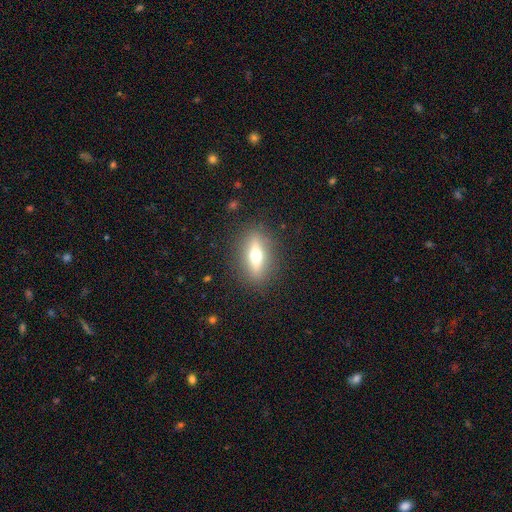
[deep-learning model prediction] Morphology: type=featured or disk (48%); merging=none (86%).